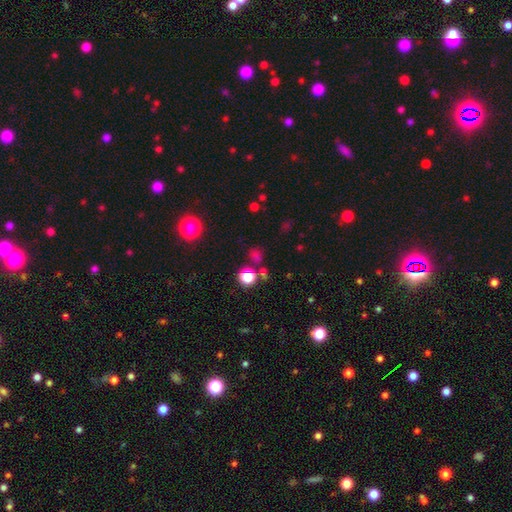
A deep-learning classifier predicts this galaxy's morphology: A smooth galaxy with no disk features (51%) that is round (75%). Merging: none (71%).